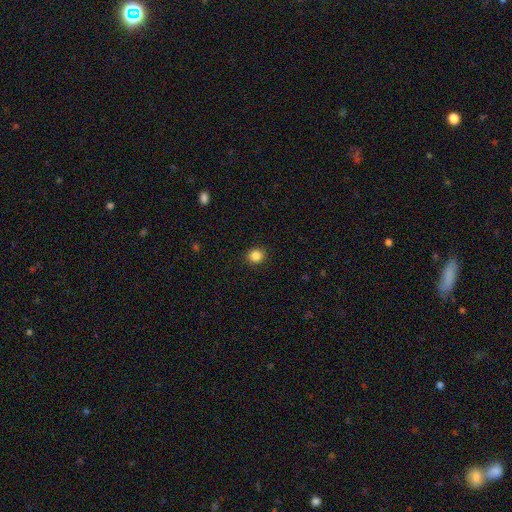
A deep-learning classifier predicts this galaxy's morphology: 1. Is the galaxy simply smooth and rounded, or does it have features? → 86% smooth, 11% star or artifact, 4% featured or disk.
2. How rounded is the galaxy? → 81% round, 18% in between, 1% cigar-shaped.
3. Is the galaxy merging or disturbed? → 91% none, 6% minor disturbance, 2% major disturbance, 1% merger.